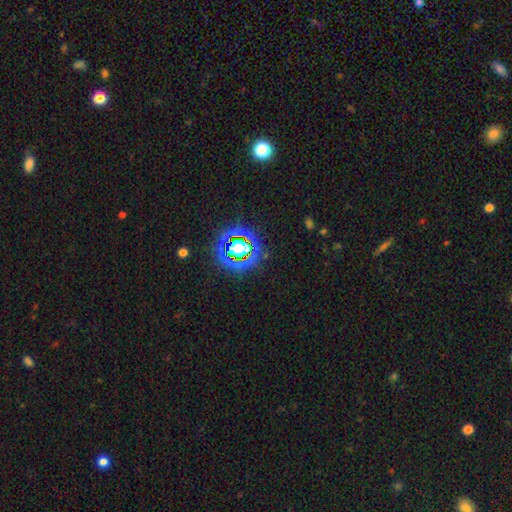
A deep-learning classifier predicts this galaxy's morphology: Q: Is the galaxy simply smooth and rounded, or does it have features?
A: star or artifact — 78%.